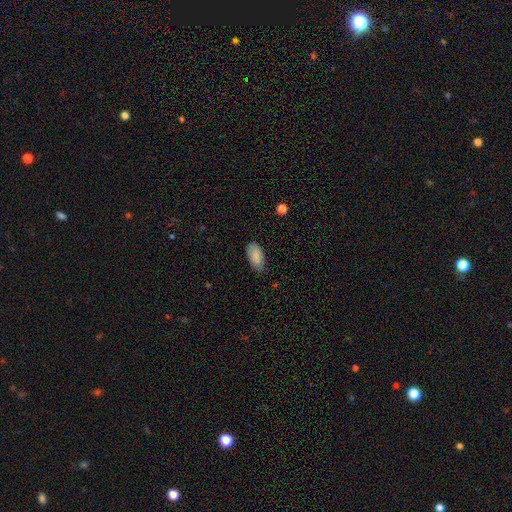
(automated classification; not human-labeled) Overall: smooth (88%). How rounded: in between (93%). Merging: none (79%).